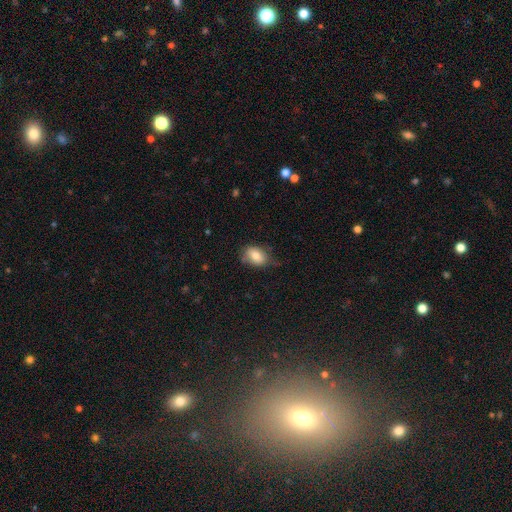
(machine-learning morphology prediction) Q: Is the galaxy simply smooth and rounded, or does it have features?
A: smooth — 79%.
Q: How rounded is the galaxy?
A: in between — 83%.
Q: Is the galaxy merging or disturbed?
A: none — 62%.